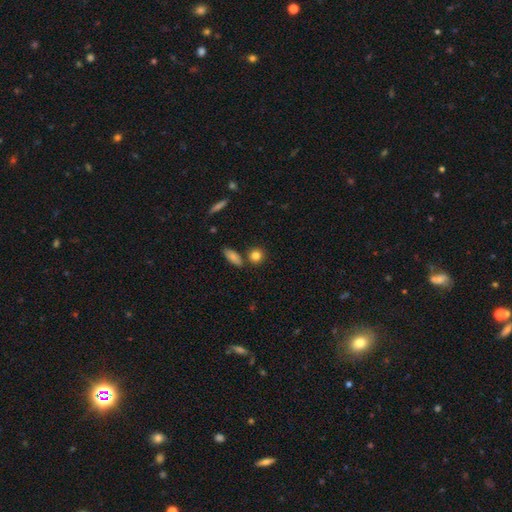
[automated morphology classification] Smooth or featured: smooth — 84% (star or artifact — 9%)
How rounded: round — 79% (in between — 17%)
Merging: none — 75% (merger — 13%)